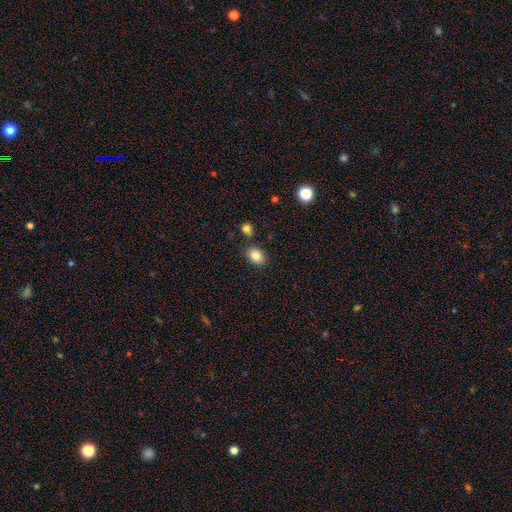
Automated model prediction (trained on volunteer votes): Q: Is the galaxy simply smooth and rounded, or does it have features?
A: smooth — 85%.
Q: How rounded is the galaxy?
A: in between — 67%.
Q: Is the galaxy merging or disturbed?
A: none — 81%.